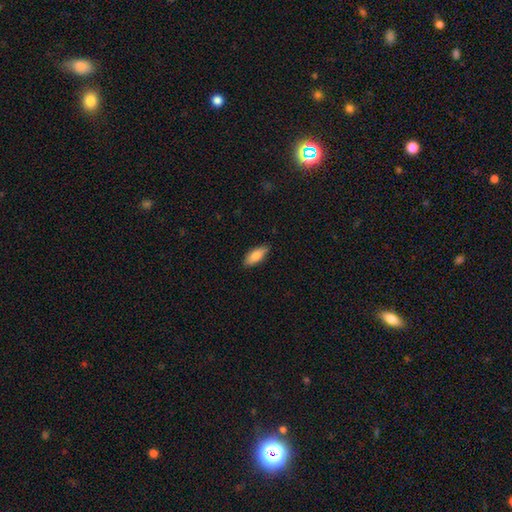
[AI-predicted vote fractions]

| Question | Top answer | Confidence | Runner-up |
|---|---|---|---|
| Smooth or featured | smooth | 85% | featured or disk (9%) |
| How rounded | in between | 80% | cigar-shaped (18%) |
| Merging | none | 86% | minor disturbance (11%) |